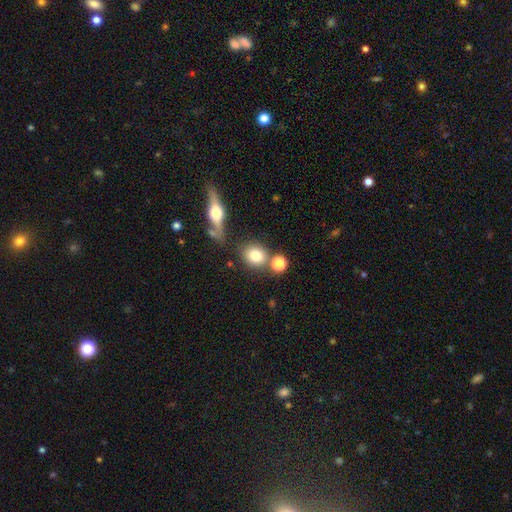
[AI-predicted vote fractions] Morphology: type=smooth (78%); roundness=round (66%); merging=none (66%).